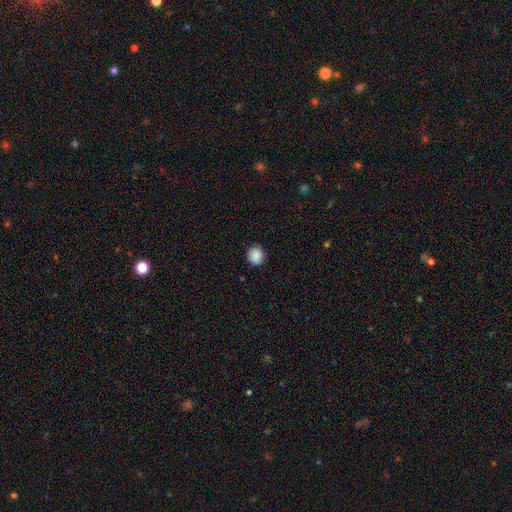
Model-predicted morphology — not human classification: Smooth or featured? smooth (87%)
How rounded? round (83%)
Merging? none (86%)